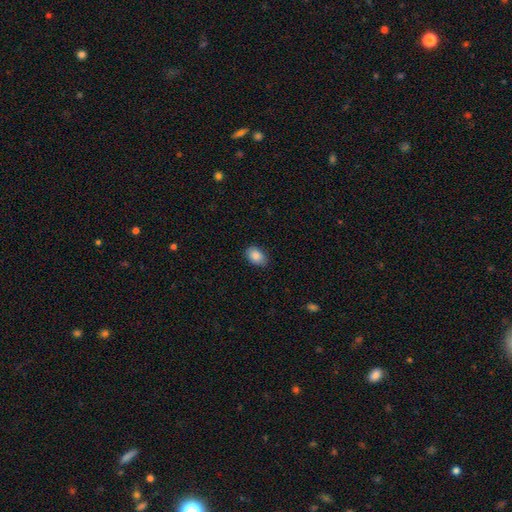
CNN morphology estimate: Overall: smooth (88%). How rounded: in between (87%). Merging: none (83%).